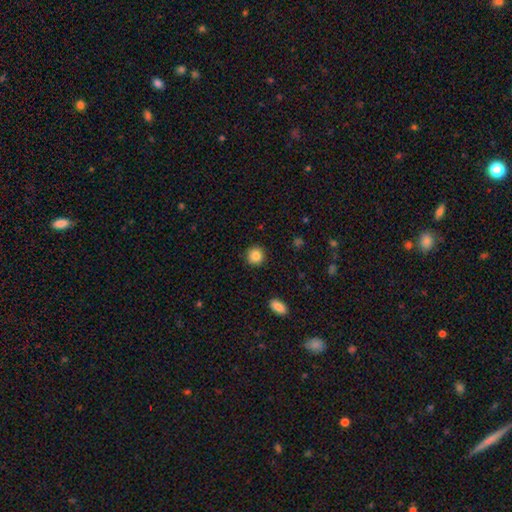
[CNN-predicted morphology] This is clearly a smooth galaxy (85%). How rounded: clearly round (91%). Merging: clearly none (90%).